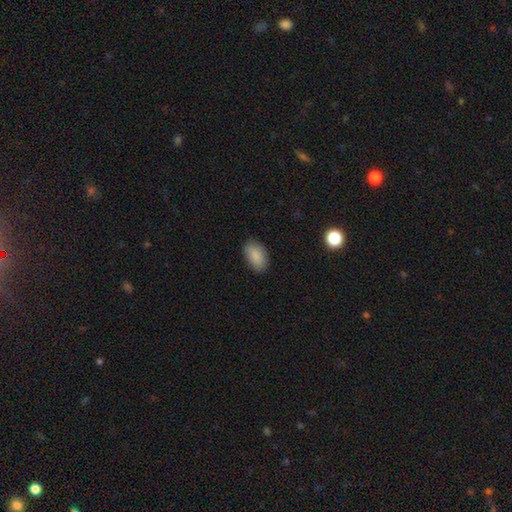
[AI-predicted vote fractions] A smooth galaxy with no disk features (88%) that is in between round and cigar-shaped (93%).

Vote fractions:
- Smooth or featured? smooth: 88% / star or artifact: 7% / featured or disk: 5%
- How rounded? in between: 93% / round: 5% / cigar-shaped: 2%
- Merging? none: 84% / minor disturbance: 12% / major disturbance: 3% / merger: 1%